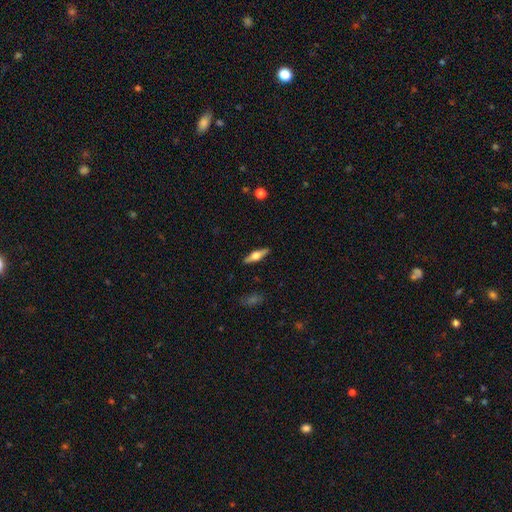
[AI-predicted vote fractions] Smooth or featured?
  - featured or disk: 59% *
  - smooth: 35%
  - star or artifact: 6%
Edge-on disk?
  - yes: 95% *
  - no: 5%
Edge-on bulge?
  - rounded: 93% *
  - boxy: 5%
  - none: 2%
Merging?
  - none: 90% *
  - minor disturbance: 7%
  - major disturbance: 2%
  - merger: 1%